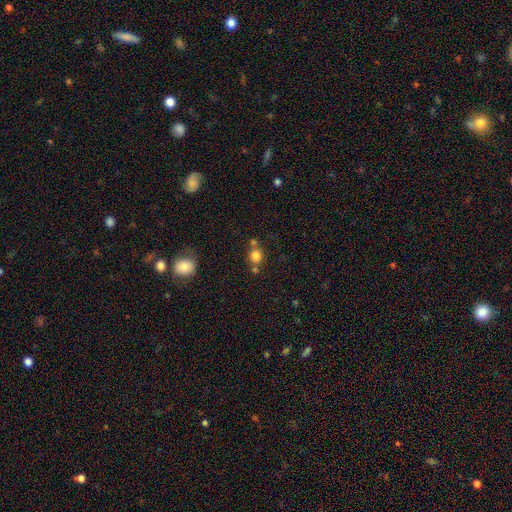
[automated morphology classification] This is clearly a smooth galaxy (80%). How rounded: clearly round (85%). Merging: likely none (63%).